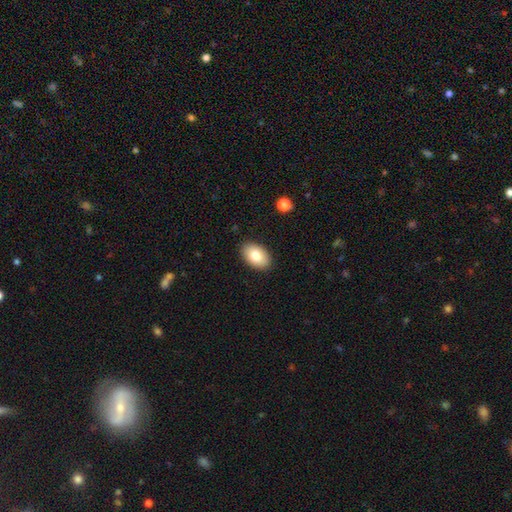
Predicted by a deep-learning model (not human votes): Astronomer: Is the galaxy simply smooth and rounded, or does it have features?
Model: smooth — 80%.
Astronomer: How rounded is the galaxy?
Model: in between — 90%.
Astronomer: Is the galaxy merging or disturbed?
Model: none — 89%.